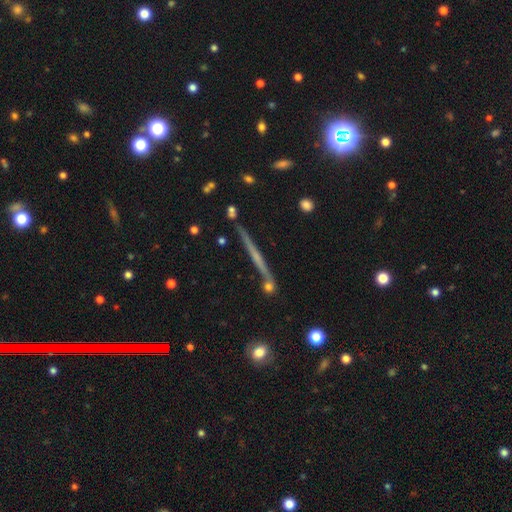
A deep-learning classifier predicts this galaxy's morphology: Smooth or featured?
  - featured or disk: 62% *
  - smooth: 28%
  - star or artifact: 10%
Edge-on disk?
  - yes: 97% *
  - no: 3%
Edge-on bulge?
  - none: 73% *
  - rounded: 18%
  - boxy: 8%
Merging?
  - none: 82% *
  - minor disturbance: 10%
  - merger: 5%
  - major disturbance: 3%